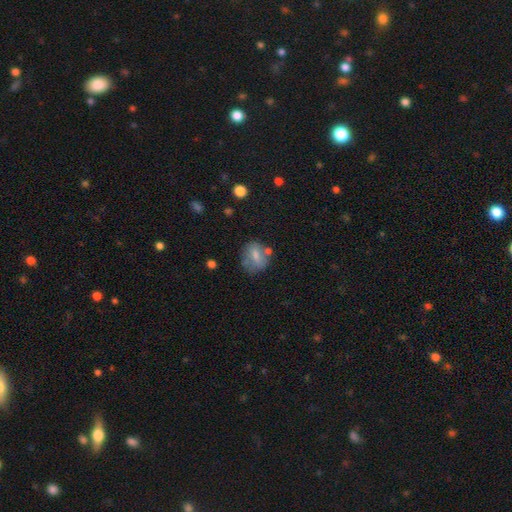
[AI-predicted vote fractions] smooth_or_featured: smooth (p=0.65) [alt: featured or disk p=0.26]
how_rounded: round (p=0.51) [alt: in between p=0.47]
merging: none (p=0.58) [alt: minor disturbance p=0.22]